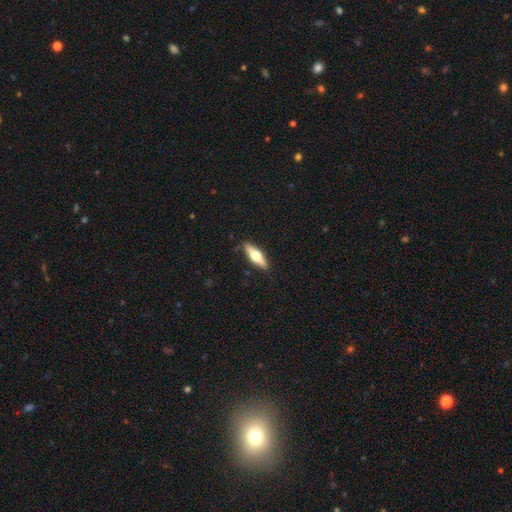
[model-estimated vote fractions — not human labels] A featured or disk galaxy (51%) viewed edge-on (92%). Merging: none (88%).